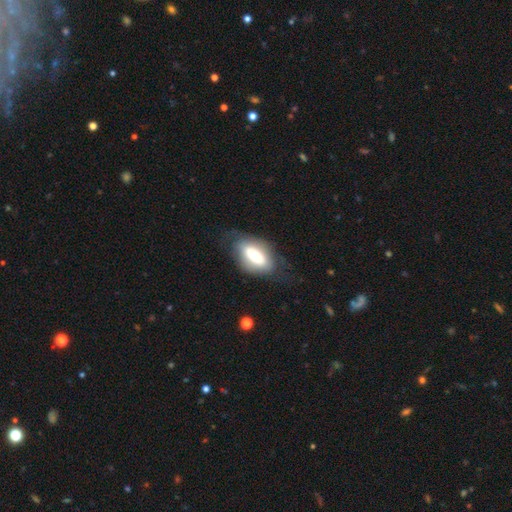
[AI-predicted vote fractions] Smooth or featured? Predicted: smooth (p=0.64). How rounded? Predicted: in between (p=0.88). Merging? Predicted: none (p=0.63).